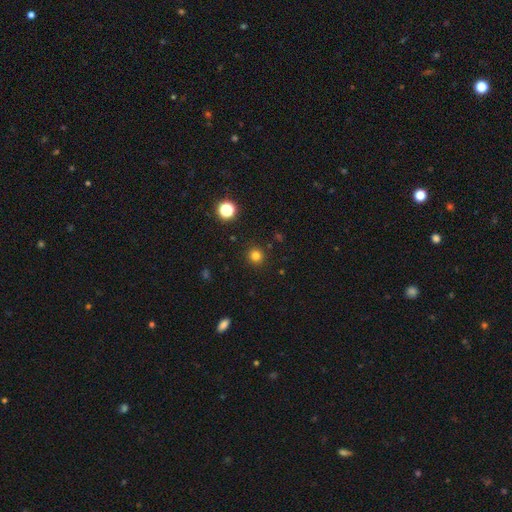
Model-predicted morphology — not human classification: Smooth or featured? Predicted: smooth (p=0.80). How rounded? Predicted: round (p=0.95). Merging? Predicted: none (p=0.92).